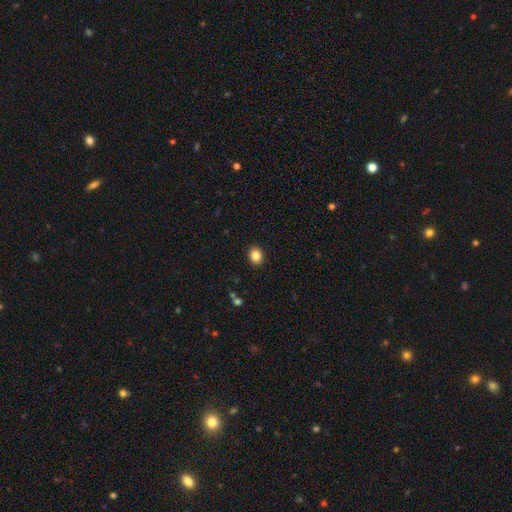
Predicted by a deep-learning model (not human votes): Smooth or featured? Predicted: smooth (p=0.85). How rounded? Predicted: round (p=0.61). Merging? Predicted: none (p=0.91).